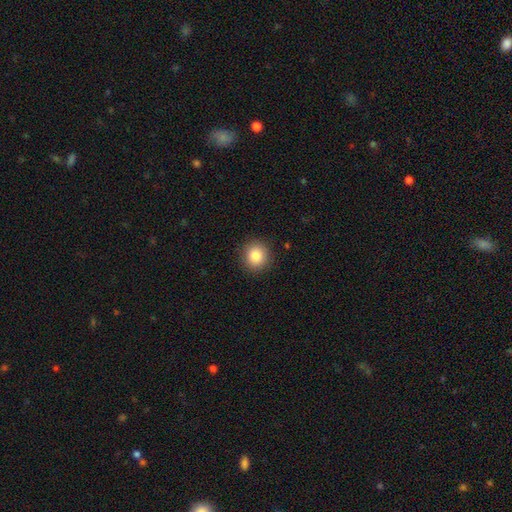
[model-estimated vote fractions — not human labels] This is clearly a smooth galaxy (84%). How rounded: clearly round (91%). Merging: clearly none (90%).